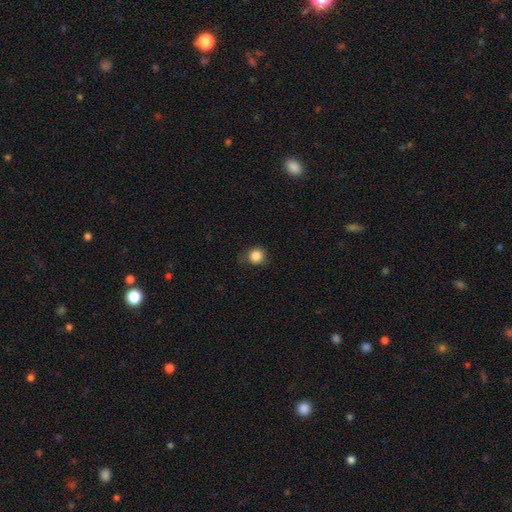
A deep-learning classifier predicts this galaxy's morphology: smooth-or-featured: smooth: 85% | star or artifact: 10% | featured or disk: 4%
  how-rounded: round: 89% | in between: 10% | cigar-shaped: 1%
  merging: none: 75% | minor disturbance: 19% | major disturbance: 5% | merger: 1%